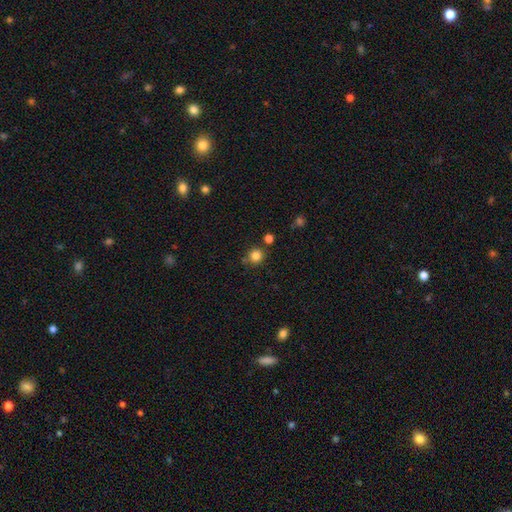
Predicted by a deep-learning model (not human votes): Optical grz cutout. It shows a smooth galaxy with no disk features (83%) that is round (89%). Merging: none (77%).